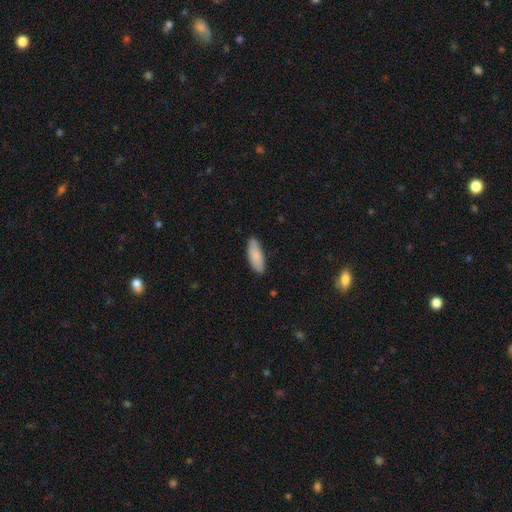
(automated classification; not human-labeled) The model was most divided on "how rounded": in between: 66%, cigar-shaped: 32%, round: 2%. More confident: merging — none (84%); smooth or featured — smooth (83%).